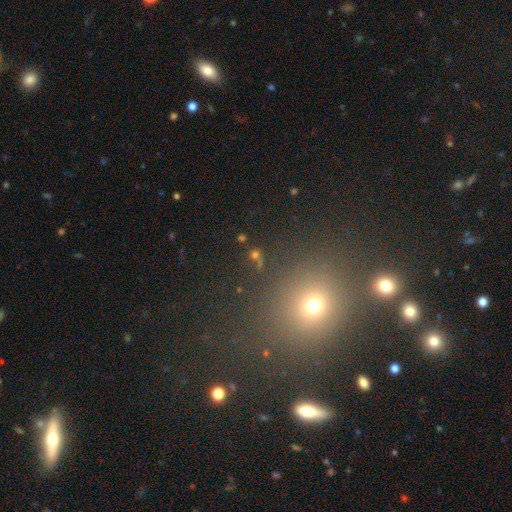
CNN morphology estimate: Overall: smooth (48%; star or artifact 41%). Merging: none (79%).